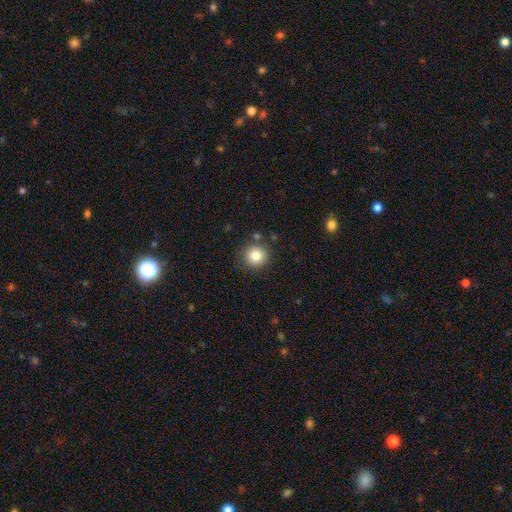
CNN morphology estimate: A smooth galaxy with no disk features (82%) that is round (93%).

Vote fractions:
- Smooth or featured? smooth: 82% / star or artifact: 11% / featured or disk: 7%
- How rounded? round: 93% / in between: 6% / cigar-shaped: 1%
- Merging? none: 84% / minor disturbance: 9% / merger: 4% / major disturbance: 3%